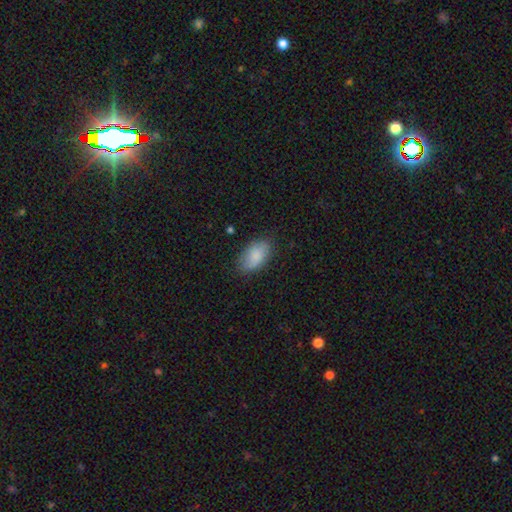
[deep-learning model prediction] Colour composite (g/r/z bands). It shows a smooth galaxy with no disk features (85%) that is in between round and cigar-shaped (94%). Merging: none (78%).